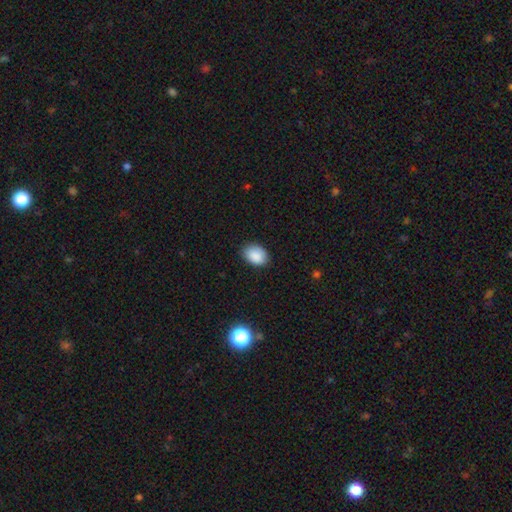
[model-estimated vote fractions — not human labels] Smooth or featured? Predicted: smooth (p=0.89). How rounded? Predicted: in between (p=0.74). Merging? Predicted: none (p=0.83).